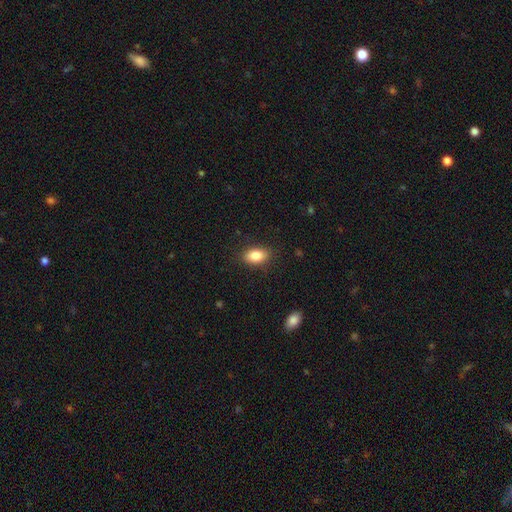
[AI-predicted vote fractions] A smooth galaxy with no disk features (85%) that is in between round and cigar-shaped (88%).

Vote fractions:
- Smooth or featured? smooth: 85% / star or artifact: 8% / featured or disk: 7%
- How rounded? in between: 88% / round: 9% / cigar-shaped: 2%
- Merging? none: 87% / minor disturbance: 10% / major disturbance: 3% / merger: 1%